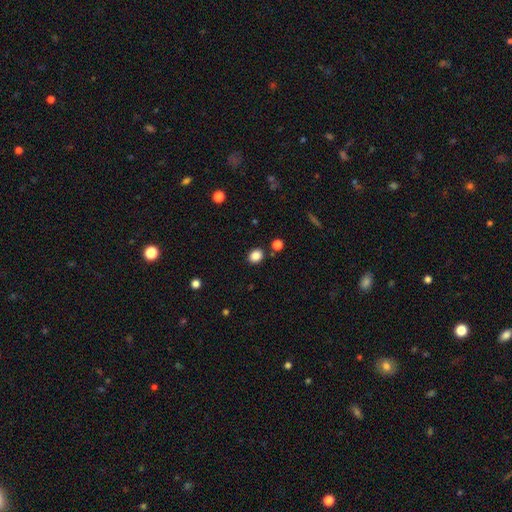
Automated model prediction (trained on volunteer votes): Q: Smooth or featured?
A: smooth (85%); runner-up: star or artifact (11%)
Q: How rounded?
A: round (53%); runner-up: in between (46%)
Q: Merging?
A: none (85%); runner-up: minor disturbance (8%)